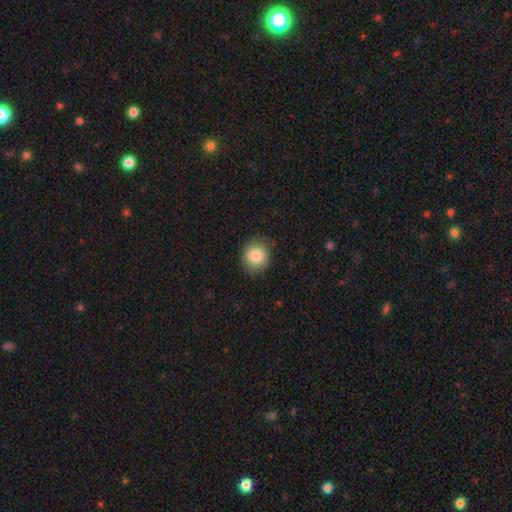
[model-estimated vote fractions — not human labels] Overall: smooth (86%). How rounded: round (85%). Merging: none (84%).